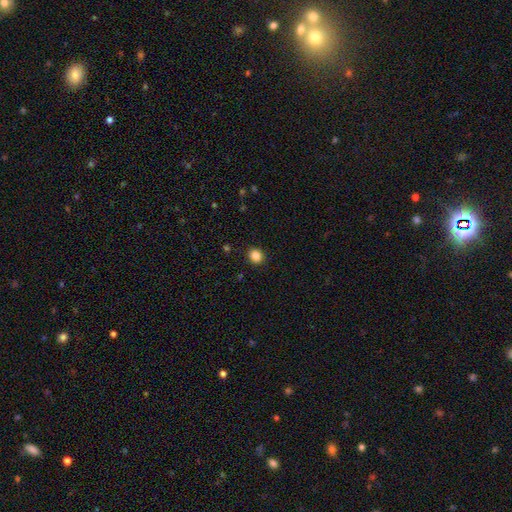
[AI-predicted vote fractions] Smooth or featured? smooth (85%)
How rounded? round (77%)
Merging? none (91%)